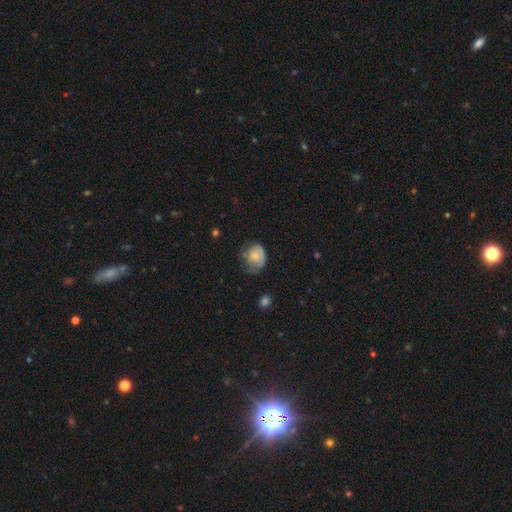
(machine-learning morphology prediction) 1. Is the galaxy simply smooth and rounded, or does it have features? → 61% smooth, 31% featured or disk, 8% star or artifact.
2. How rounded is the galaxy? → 60% round, 39% in between, 1% cigar-shaped.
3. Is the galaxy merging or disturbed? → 42% none, 35% minor disturbance, 22% major disturbance, 2% merger.